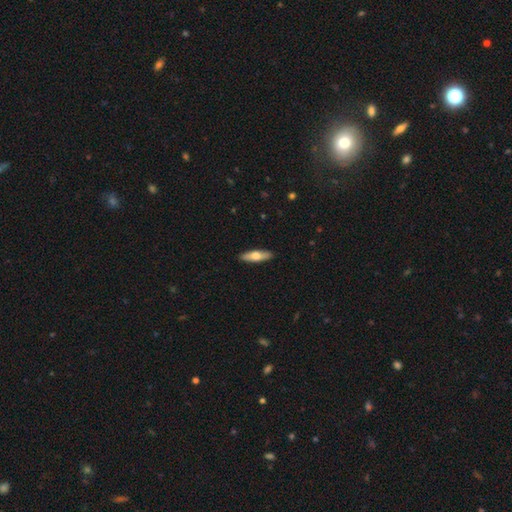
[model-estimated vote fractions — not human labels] smooth-or-featured: smooth: 61% | featured or disk: 34% | star or artifact: 5%
  how-rounded: cigar-shaped: 61% | in between: 37% | round: 2%
  merging: none: 91% | minor disturbance: 7% | major disturbance: 1% | merger: 1%